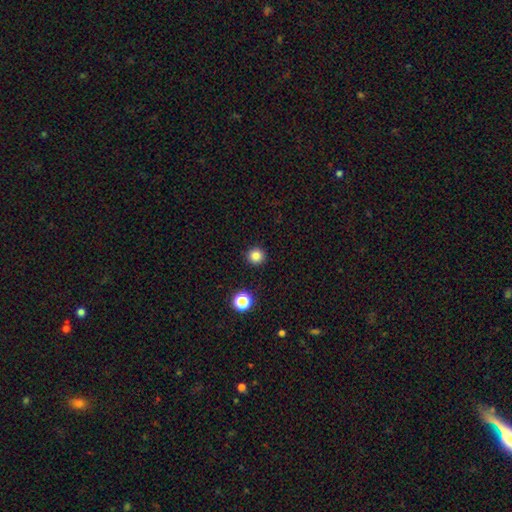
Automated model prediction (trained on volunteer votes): smooth-or-featured: smooth: 83% | star or artifact: 13% | featured or disk: 4%
  how-rounded: round: 95% | in between: 5% | cigar-shaped: 1%
  merging: none: 92% | minor disturbance: 5% | major disturbance: 2% | merger: 1%